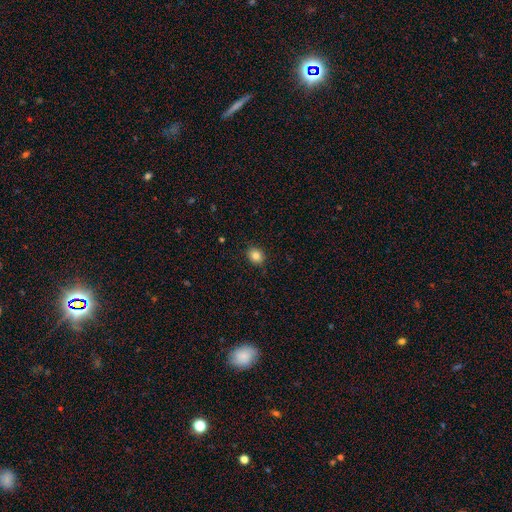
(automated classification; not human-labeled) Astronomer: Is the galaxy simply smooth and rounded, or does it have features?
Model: smooth — 84%.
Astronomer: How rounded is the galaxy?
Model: round — 59% (runner-up: in between, 40%).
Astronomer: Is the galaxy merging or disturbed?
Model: none — 88%.